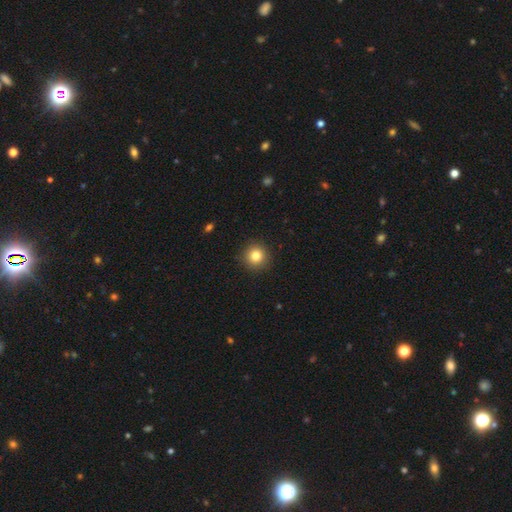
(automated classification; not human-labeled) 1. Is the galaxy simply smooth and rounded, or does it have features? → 84% smooth, 10% star or artifact, 6% featured or disk.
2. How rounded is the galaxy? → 94% round, 5% in between, 1% cigar-shaped.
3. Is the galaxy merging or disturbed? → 92% none, 5% minor disturbance, 2% major disturbance, 1% merger.